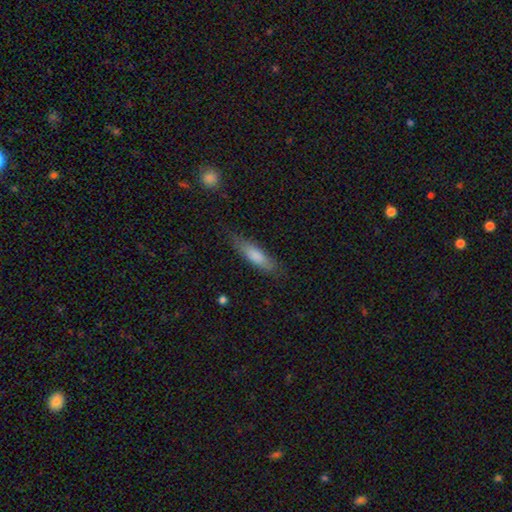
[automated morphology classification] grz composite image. It shows a smooth galaxy with no disk features (78%) that is cigar-shaped (63%). Merging: none (75%).